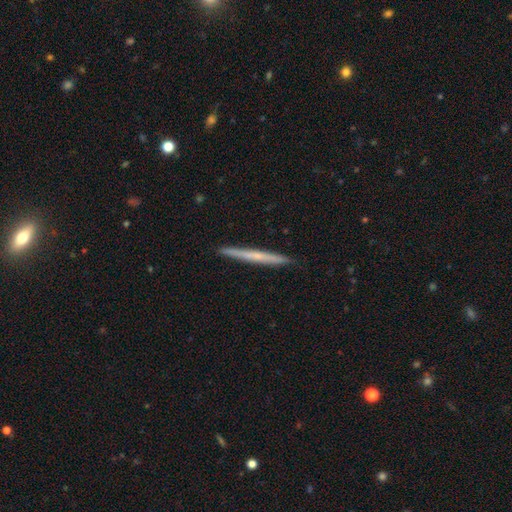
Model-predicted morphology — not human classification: A featured or disk galaxy (51%) viewed edge-on (97%).

Vote fractions:
- Smooth or featured? featured or disk: 51% / smooth: 44% / star or artifact: 6%
- Edge-on disk? yes: 97% / no: 3%
- Merging? none: 92% / minor disturbance: 6% / major disturbance: 1% / merger: 1%